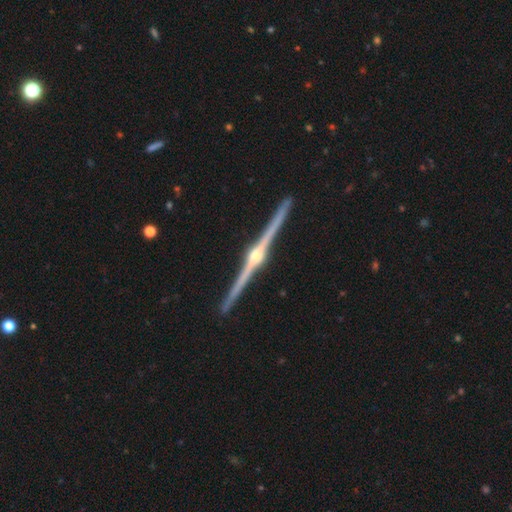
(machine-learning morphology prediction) type=featured or disk (93%); edge-on=yes (99%); edge-on bulge=rounded (93%); merging=none (94%).